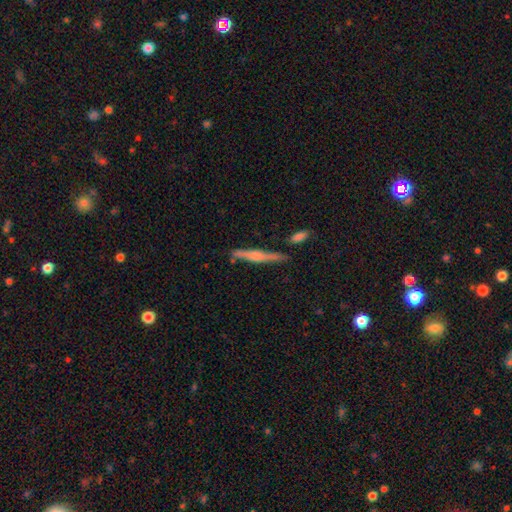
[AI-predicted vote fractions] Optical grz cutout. It shows a featured or disk galaxy (56%) viewed edge-on (95%) with a rounded central bulge (60%). Merging: none (75%).